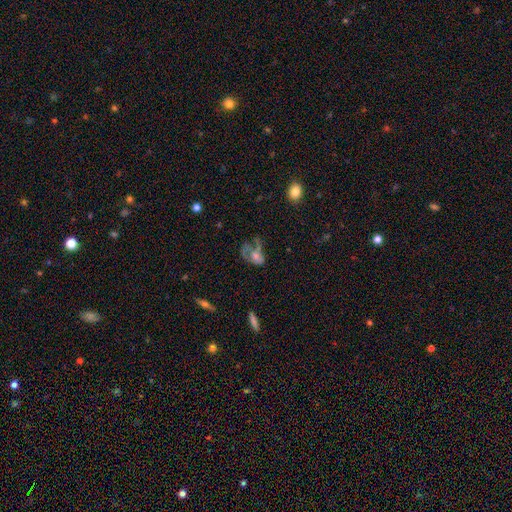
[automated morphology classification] featured or disk 50%, smooth 36%, star or artifact 14%. Down the decision tree: merging — major disturbance (41%).